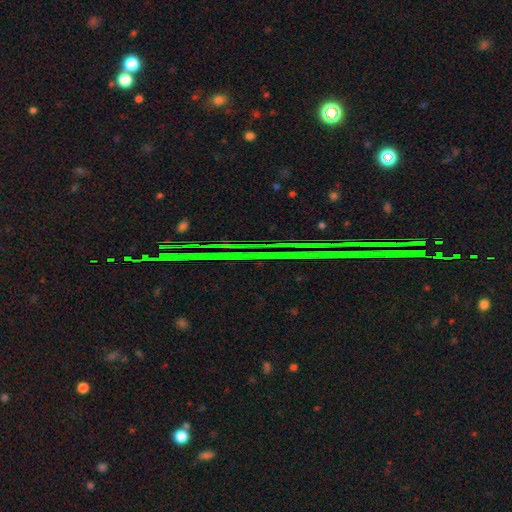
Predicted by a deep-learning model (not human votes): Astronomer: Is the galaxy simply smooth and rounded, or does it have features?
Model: star or artifact — 84%.